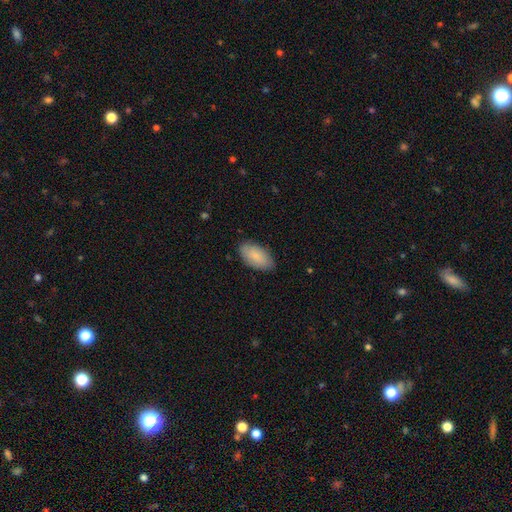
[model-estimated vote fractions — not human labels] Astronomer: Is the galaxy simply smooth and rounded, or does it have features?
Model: smooth — 82%.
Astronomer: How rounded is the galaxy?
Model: in between — 95%.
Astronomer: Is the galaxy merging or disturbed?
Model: none — 83%.